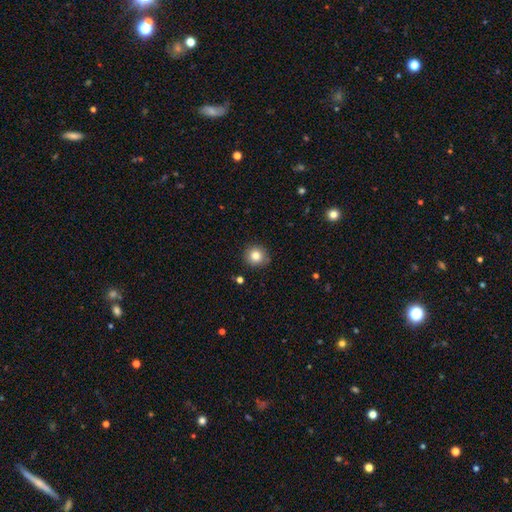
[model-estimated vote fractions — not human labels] A smooth galaxy with no disk features (83%) that is round (92%). Merging: none (88%).